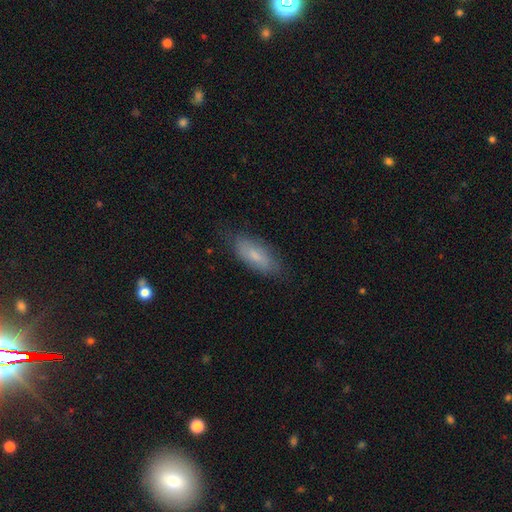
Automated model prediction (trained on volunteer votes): smooth-or-featured: smooth: 73% | featured or disk: 20% | star or artifact: 6%
  how-rounded: in between: 77% | cigar-shaped: 21% | round: 2%
  merging: none: 75% | minor disturbance: 19% | major disturbance: 5% | merger: 1%